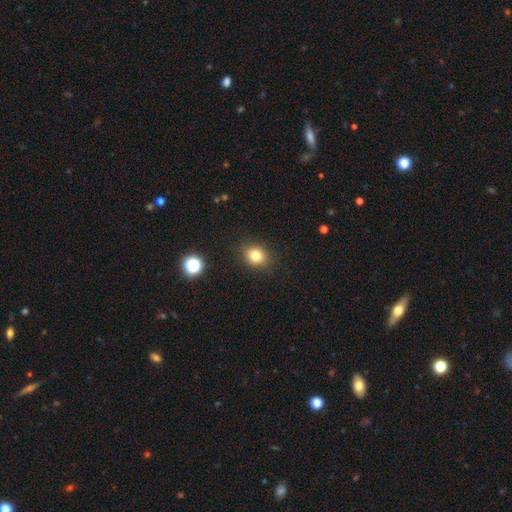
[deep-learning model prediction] smooth_or_featured: smooth (p=0.80) [alt: star or artifact p=0.13]
how_rounded: round (p=0.65) [alt: in between p=0.34]
merging: none (p=0.88) [alt: minor disturbance p=0.09]